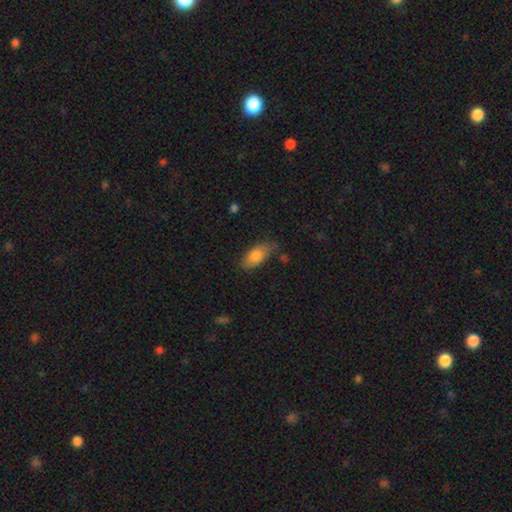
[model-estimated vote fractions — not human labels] smooth-or-featured: smooth: 81% | featured or disk: 12% | star or artifact: 7%
  how-rounded: in between: 86% | cigar-shaped: 11% | round: 3%
  merging: none: 70% | minor disturbance: 21% | major disturbance: 6% | merger: 3%